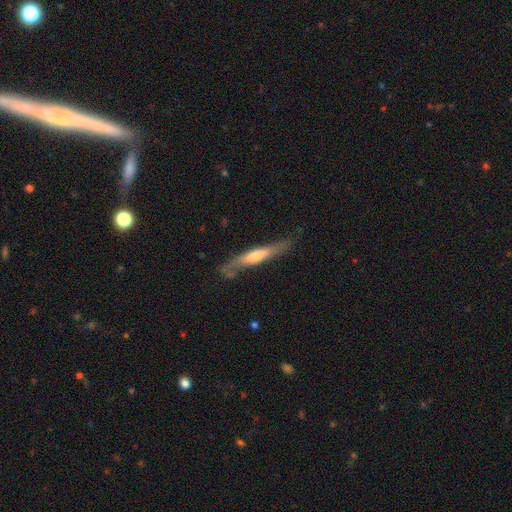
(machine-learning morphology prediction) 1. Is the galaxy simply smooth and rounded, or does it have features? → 60% featured or disk, 34% smooth, 6% star or artifact.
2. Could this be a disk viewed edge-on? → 83% yes, 17% no.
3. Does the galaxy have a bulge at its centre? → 66% rounded, 21% none, 13% boxy.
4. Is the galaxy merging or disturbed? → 69% none, 22% minor disturbance, 7% major disturbance, 3% merger.